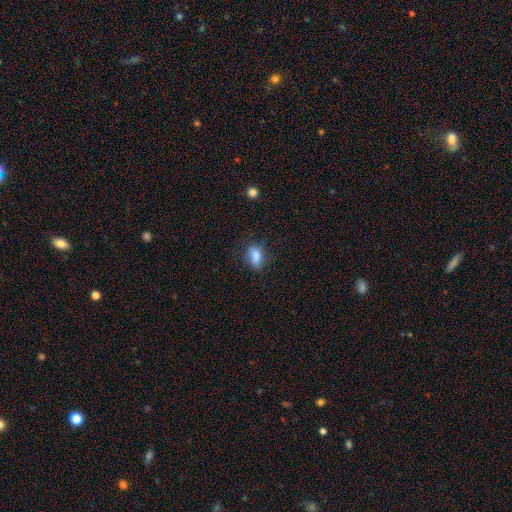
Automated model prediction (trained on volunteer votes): A smooth galaxy with no disk features (81%) that is in between round and cigar-shaped (83%). Merging: none (73%).